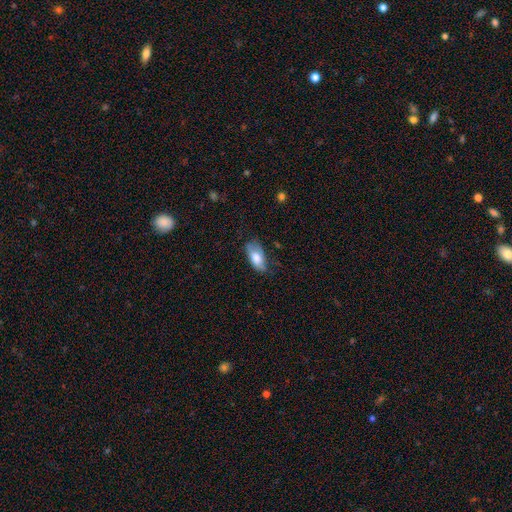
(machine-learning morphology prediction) smooth-or-featured: smooth: 74% | featured or disk: 20% | star or artifact: 7%
  how-rounded: in between: 89% | cigar-shaped: 8% | round: 3%
  merging: none: 56% | minor disturbance: 32% | major disturbance: 11% | merger: 2%